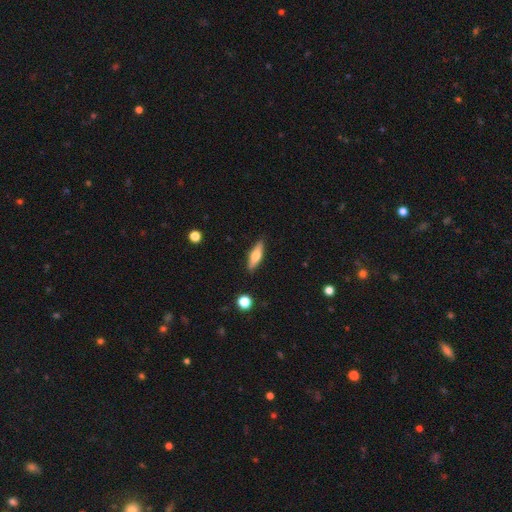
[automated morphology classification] Overall: smooth (58%; featured or disk 35%). How rounded: cigar-shaped (55%; in between 42%). Merging: none (88%).